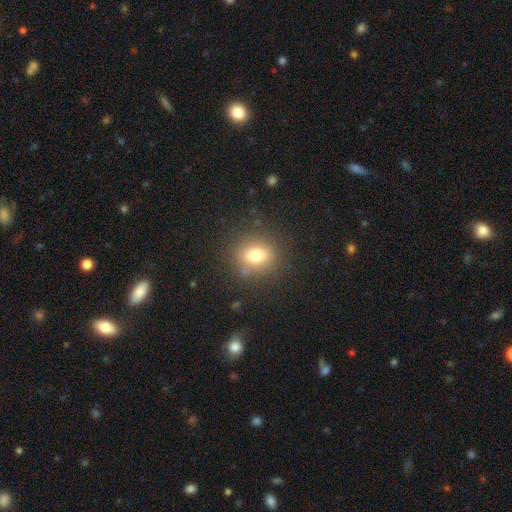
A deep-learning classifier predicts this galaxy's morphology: Smooth or featured? smooth (77%)
How rounded? round (67%)
Merging? none (83%)